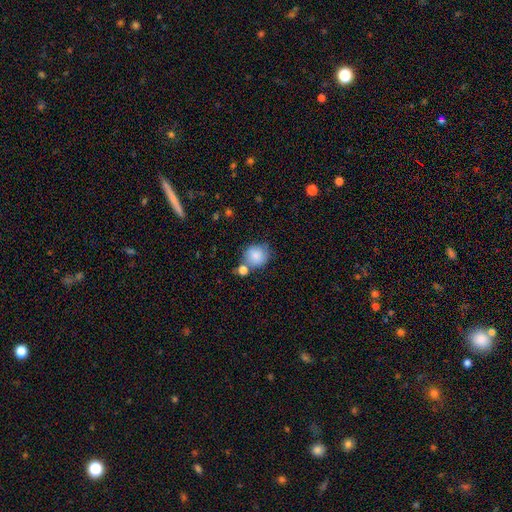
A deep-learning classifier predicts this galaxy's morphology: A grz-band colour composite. It shows a smooth galaxy with no disk features (83%) that is round (81%). Merging: none (58%).